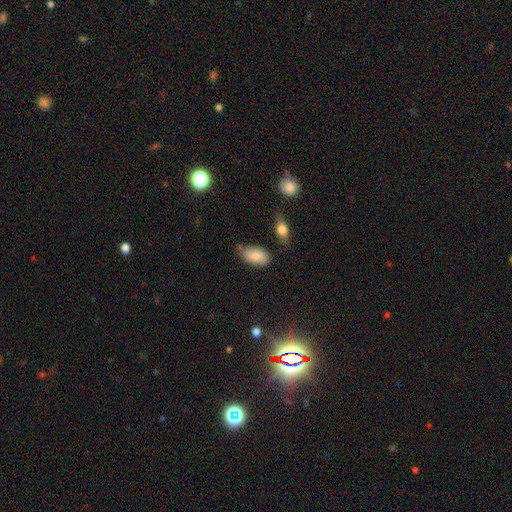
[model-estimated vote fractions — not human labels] A smooth galaxy with no disk features (82%) that is in between round and cigar-shaped (93%). Merging: none (63%).